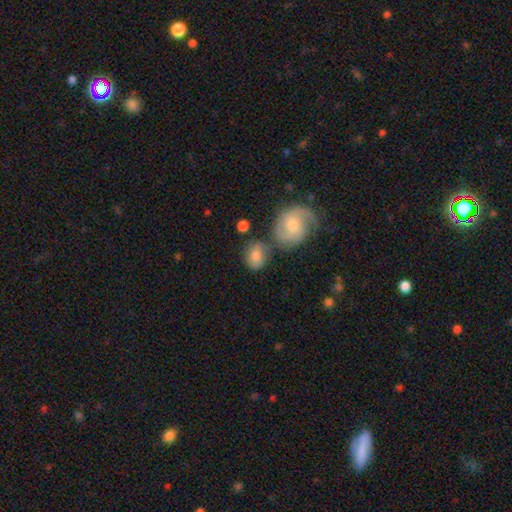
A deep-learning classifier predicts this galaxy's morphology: The model was most divided on "how rounded": round: 50%, in between: 48%, cigar-shaped: 2%. More confident: smooth or featured — smooth (67%); merging — none (54%).